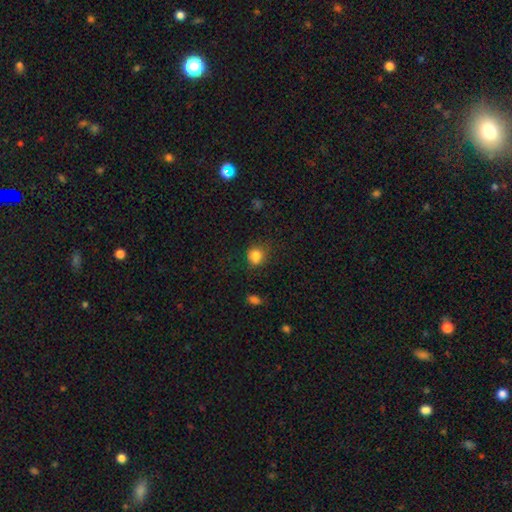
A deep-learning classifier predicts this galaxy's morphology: Smooth or featured? Predicted: smooth (p=0.83). How rounded? Predicted: round (p=0.78). Merging? Predicted: none (p=0.70).